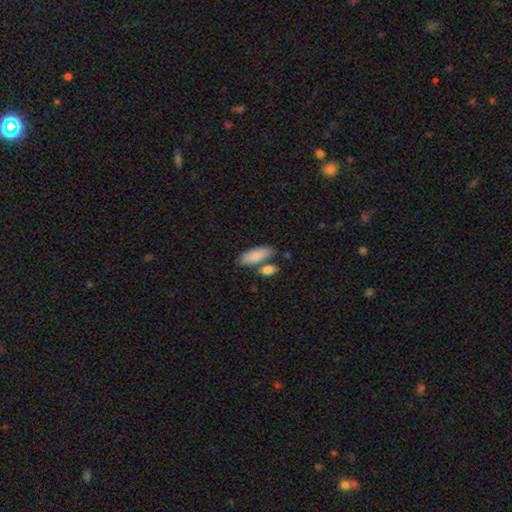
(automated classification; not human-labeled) The model was most divided on "merging": none: 64%, merger: 19%, minor disturbance: 13%, major disturbance: 4%. More confident: smooth or featured — smooth (85%); how rounded — in between (78%).